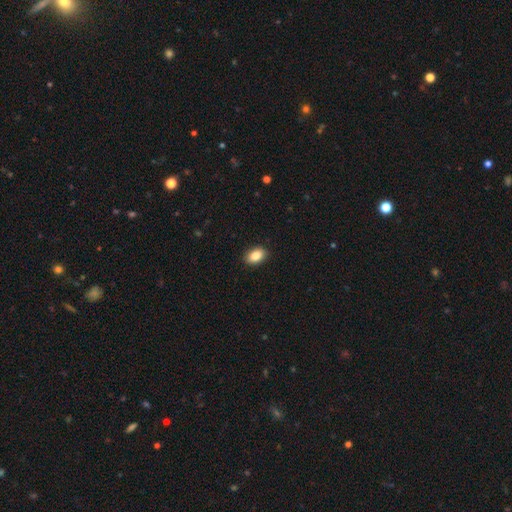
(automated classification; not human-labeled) Smooth or featured?
  - smooth: 87% *
  - star or artifact: 8%
  - featured or disk: 5%
How rounded?
  - in between: 87% *
  - round: 11%
  - cigar-shaped: 1%
Merging?
  - none: 90% *
  - minor disturbance: 7%
  - major disturbance: 2%
  - merger: 1%